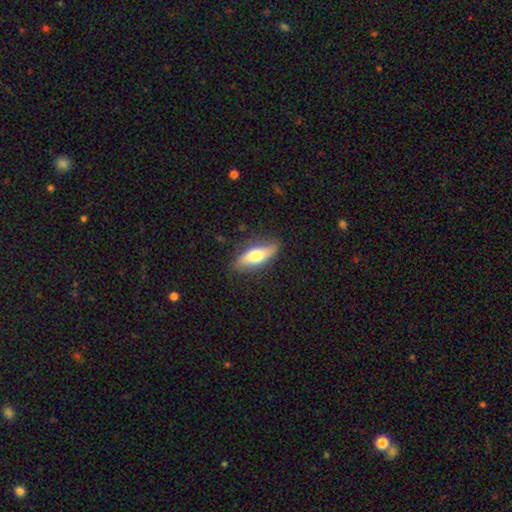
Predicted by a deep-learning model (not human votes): This is likely a smooth galaxy (65%). How rounded: likely in between (63%). Merging: likely none (78%).